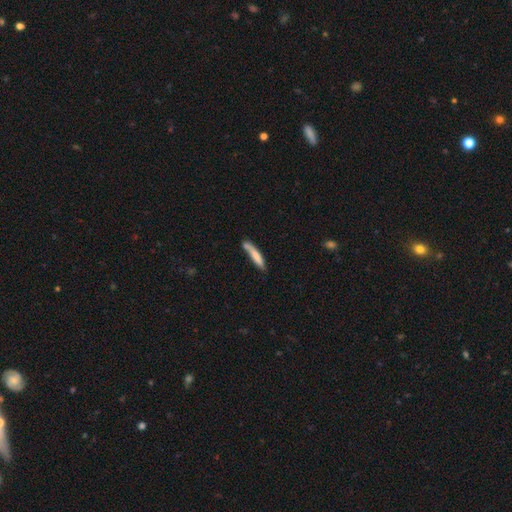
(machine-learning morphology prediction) A smooth galaxy with no disk features (73%) that is cigar-shaped (89%). Merging: none (58%).